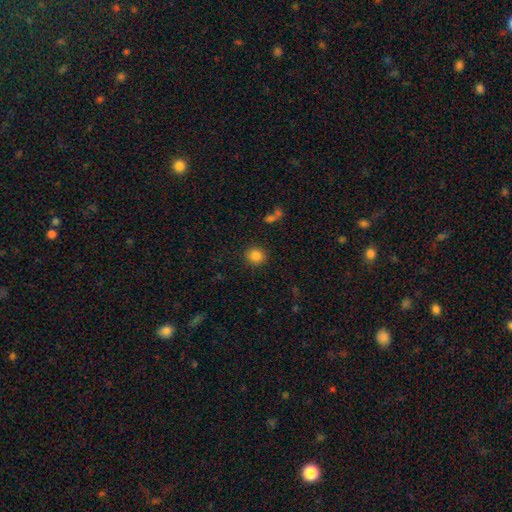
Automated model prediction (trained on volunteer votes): Smooth or featured: smooth — 85% (star or artifact — 11%)
How rounded: round — 86% (in between — 13%)
Merging: none — 89% (minor disturbance — 7%)